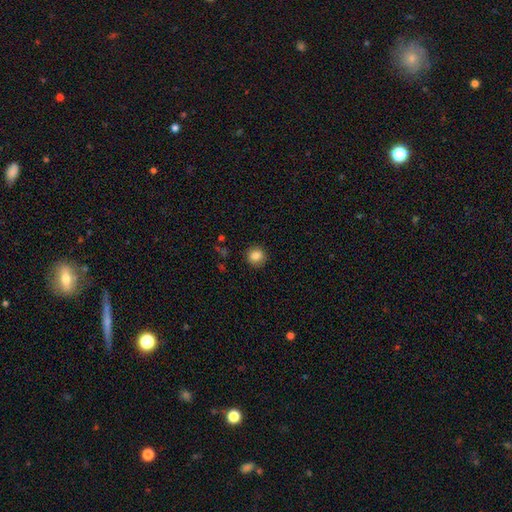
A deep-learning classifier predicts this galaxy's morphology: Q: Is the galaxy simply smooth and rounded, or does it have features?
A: smooth — 85%.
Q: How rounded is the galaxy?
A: round — 89%.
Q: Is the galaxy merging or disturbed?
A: none — 89%.